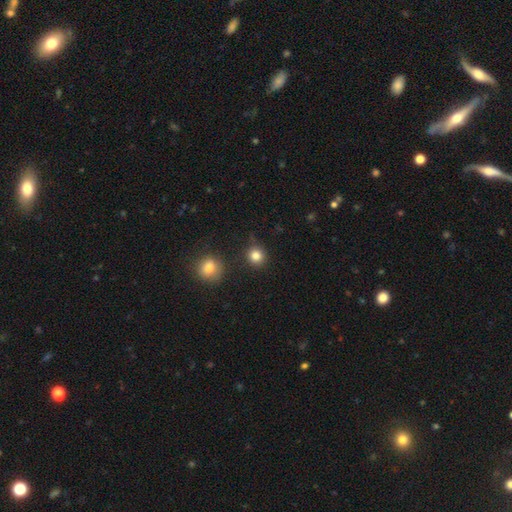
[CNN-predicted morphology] This is clearly a smooth galaxy (83%). How rounded: clearly round (91%). Merging: clearly none (84%).